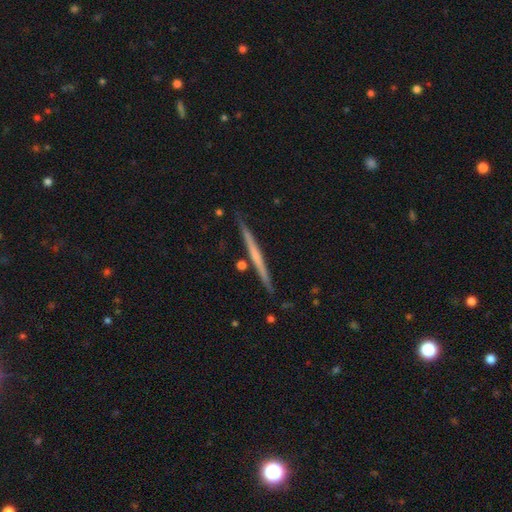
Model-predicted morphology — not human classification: A featured or disk galaxy (58%) viewed edge-on (98%) with no central bulge (83%).

Vote fractions:
- Smooth or featured? featured or disk: 58% / smooth: 37% / star or artifact: 5%
- Edge-on disk? yes: 98% / no: 2%
- Edge-on bulge? none: 83% / rounded: 12% / boxy: 4%
- Merging? none: 88% / minor disturbance: 8% / merger: 3% / major disturbance: 2%